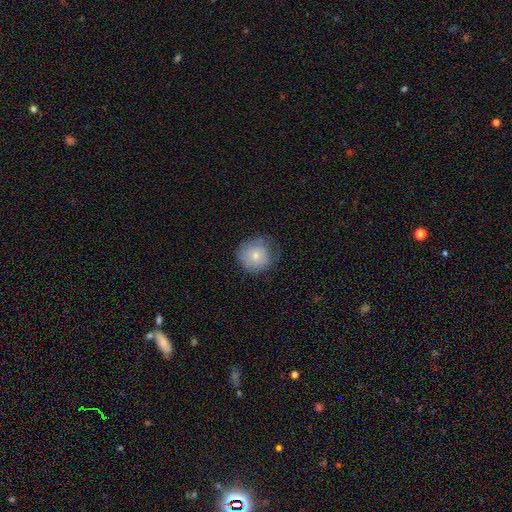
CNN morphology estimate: A smooth galaxy with no disk features (75%) that is round (91%).

Vote fractions:
- Smooth or featured? smooth: 75% / featured or disk: 16% / star or artifact: 9%
- How rounded? round: 91% / in between: 8% / cigar-shaped: 1%
- Merging? none: 64% / minor disturbance: 26% / major disturbance: 9% / merger: 1%